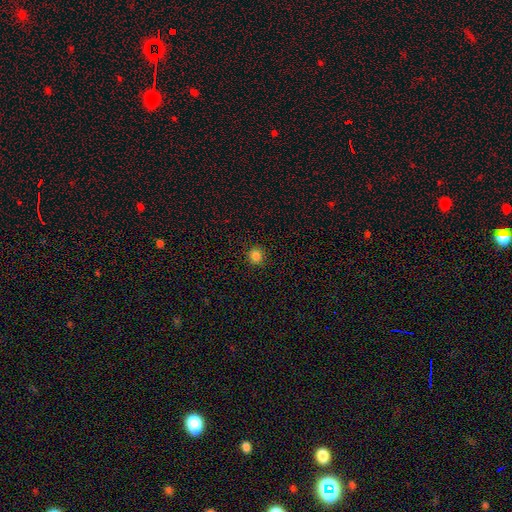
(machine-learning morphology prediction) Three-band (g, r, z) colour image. It shows a smooth galaxy with no disk features (84%) that is round (91%). Merging: none (91%).